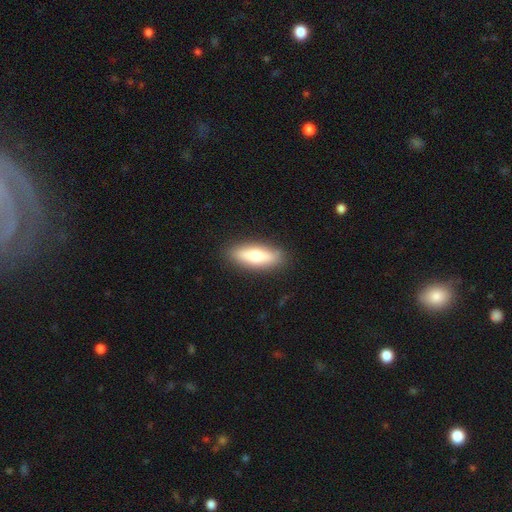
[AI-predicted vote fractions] A smooth galaxy with no disk features (64%) that is in between round and cigar-shaped (54%). Merging: none (88%).